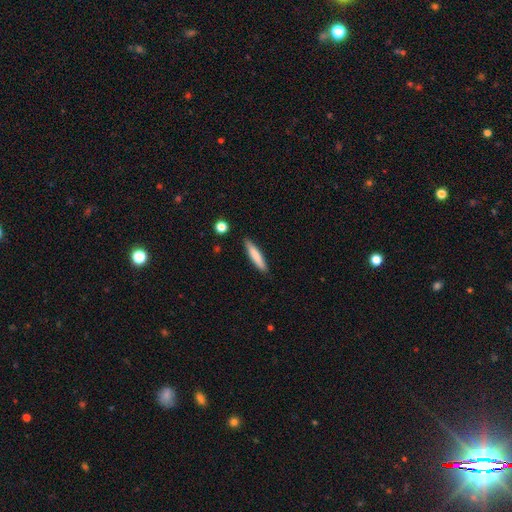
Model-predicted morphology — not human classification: Overall: smooth (78%). How rounded: cigar-shaped (89%). Merging: none (87%).